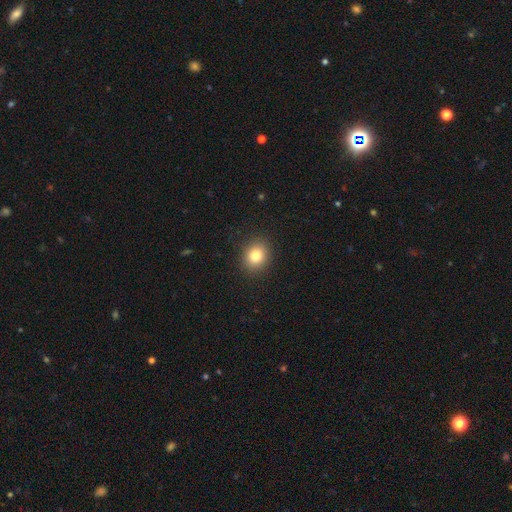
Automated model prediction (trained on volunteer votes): Morphology: type=smooth (81%); roundness=round (66%); merging=none (90%).